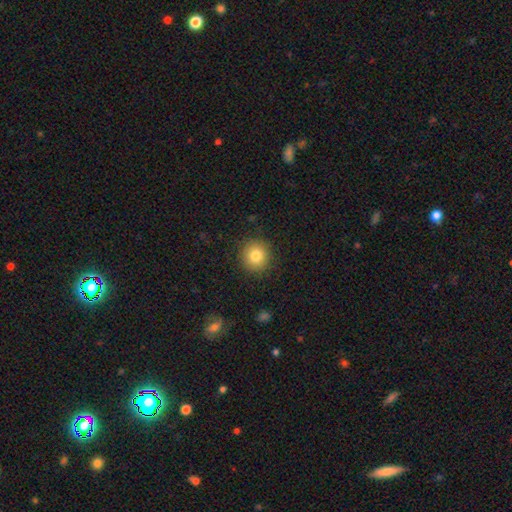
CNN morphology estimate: Smooth or featured: smooth — 81% (star or artifact — 11%)
How rounded: round — 93% (in between — 6%)
Merging: none — 89% (minor disturbance — 7%)